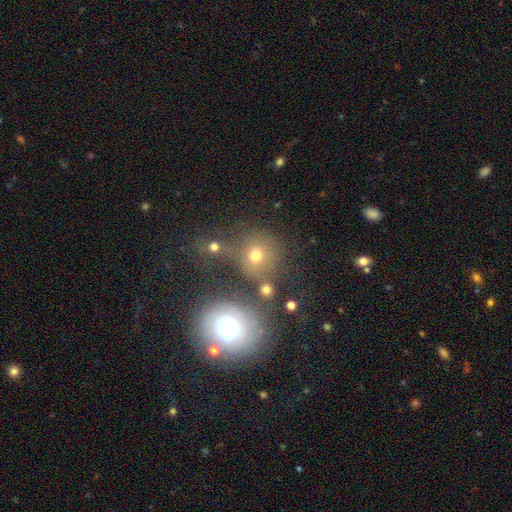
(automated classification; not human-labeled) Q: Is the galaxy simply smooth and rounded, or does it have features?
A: smooth — 62%.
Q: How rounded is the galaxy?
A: round — 82%.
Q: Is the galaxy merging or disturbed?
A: none — 57%.